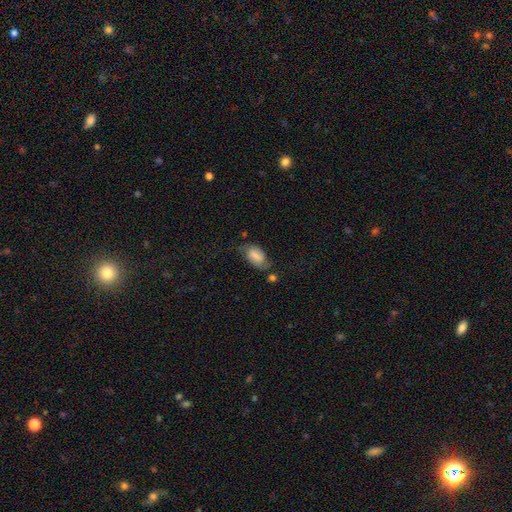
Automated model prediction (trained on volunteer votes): Morphology: type=smooth (59%); roundness=in between (90%); merging=none (50%).